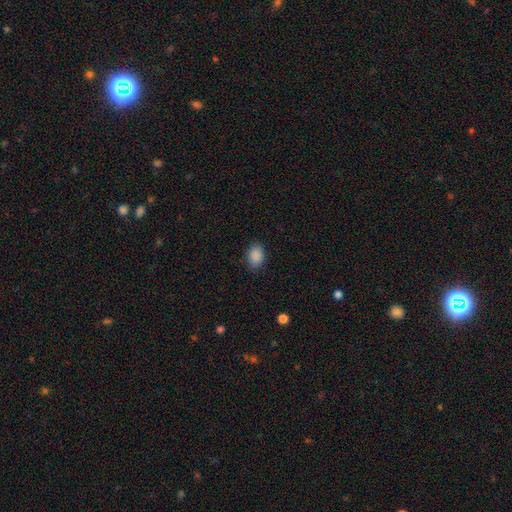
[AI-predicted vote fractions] Smooth or featured? smooth (89%)
How rounded? in between (75%)
Merging? none (86%)